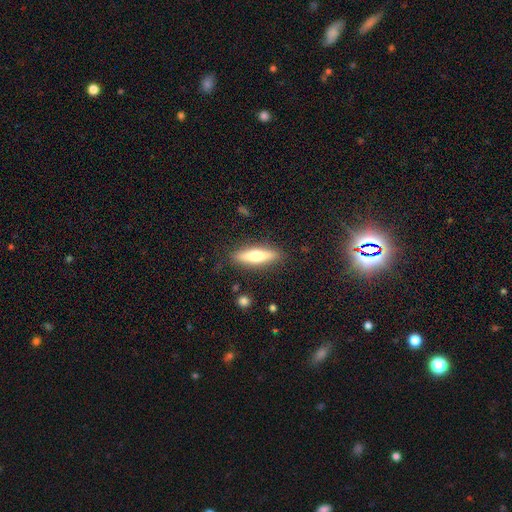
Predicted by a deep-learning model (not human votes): The model was most divided on "smooth or featured": smooth: 59%, featured or disk: 35%, star or artifact: 6%. More confident: merging — none (87%); how rounded — cigar-shaped (70%).